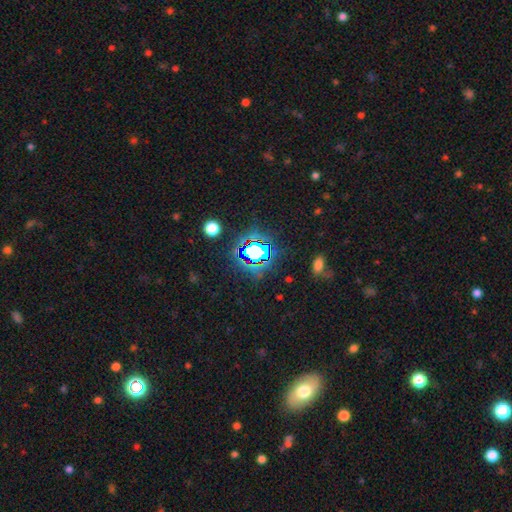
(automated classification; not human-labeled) Morphology: type=star or artifact (72%).